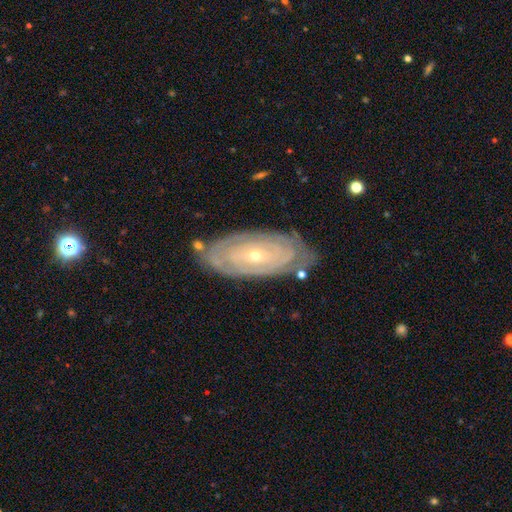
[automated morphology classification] smooth_or_featured: featured or disk (p=0.82) [alt: smooth p=0.13]
disk_edge_on: no (p=0.92) [alt: yes p=0.08]
bar: no (p=0.77) [alt: weak p=0.16]
has_spiral_arms: yes (p=0.83) [alt: no p=0.17]
spiral_winding: tight (p=0.85) [alt: medium p=0.12]
spiral_arm_count: can't tell (p=0.56) [alt: 2 p=0.18]
bulge_size: small (p=0.72) [alt: moderate p=0.26]
merging: none (p=0.76) [alt: minor disturbance p=0.17]